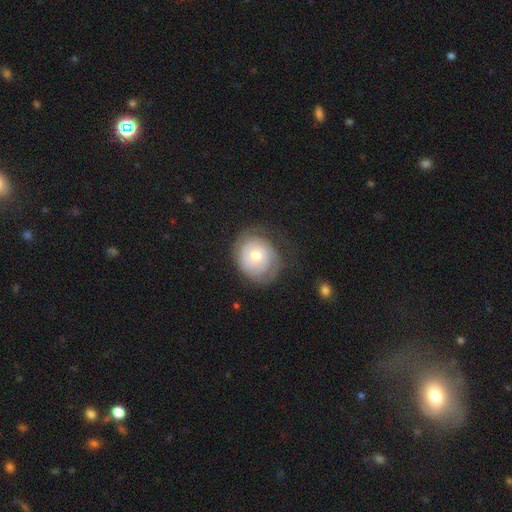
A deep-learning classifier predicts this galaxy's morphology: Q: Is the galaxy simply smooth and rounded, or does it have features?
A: featured or disk — 58%.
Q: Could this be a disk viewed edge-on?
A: no — 97%.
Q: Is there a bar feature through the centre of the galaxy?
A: no — 81%.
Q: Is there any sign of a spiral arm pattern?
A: yes — 78%.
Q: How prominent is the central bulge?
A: moderate — 66%.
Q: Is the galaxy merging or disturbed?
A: none — 64%.